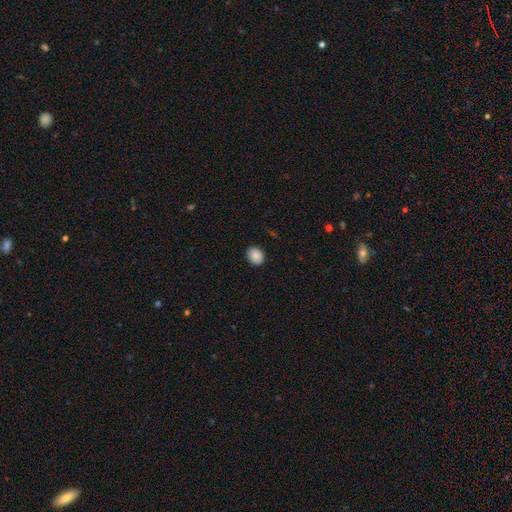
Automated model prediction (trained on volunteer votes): A smooth galaxy with no disk features (88%) that is round (60%). Merging: none (88%).